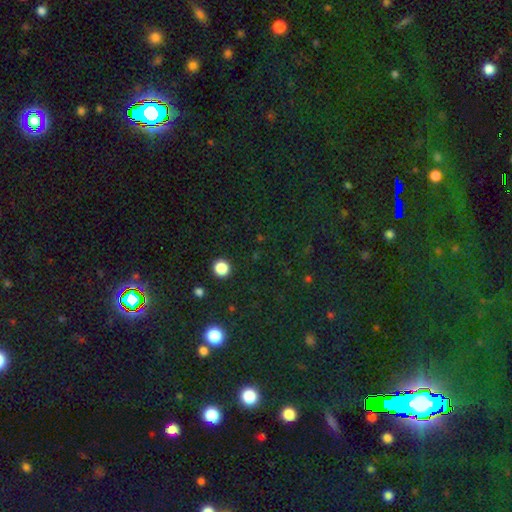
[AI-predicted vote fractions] star or artifact 79%, smooth 14%, featured or disk 7%.